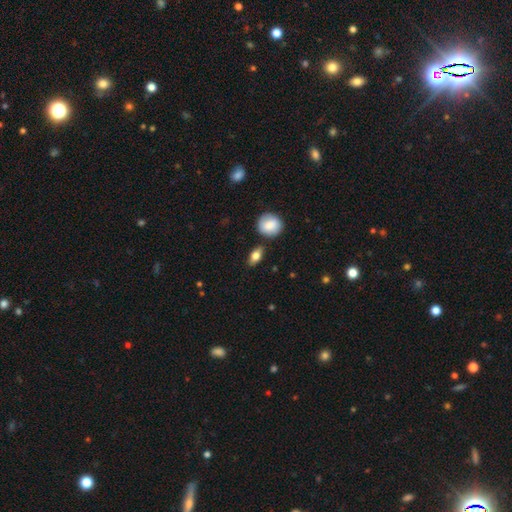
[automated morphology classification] Smooth or featured?
  - smooth: 75% *
  - featured or disk: 17%
  - star or artifact: 7%
How rounded?
  - in between: 74% *
  - round: 16%
  - cigar-shaped: 10%
Merging?
  - none: 80% *
  - minor disturbance: 11%
  - merger: 6%
  - major disturbance: 3%